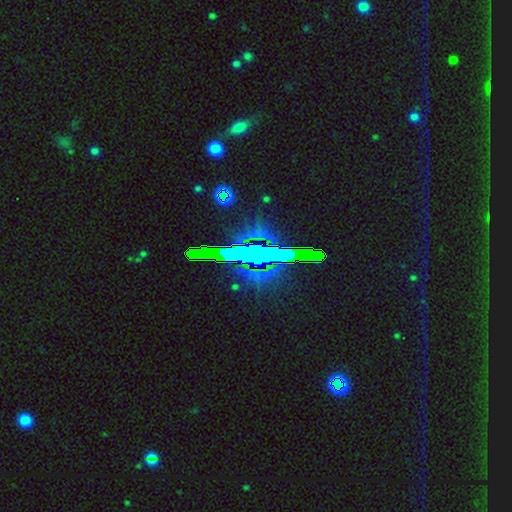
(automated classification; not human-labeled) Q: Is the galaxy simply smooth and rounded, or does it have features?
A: star or artifact — 70%.